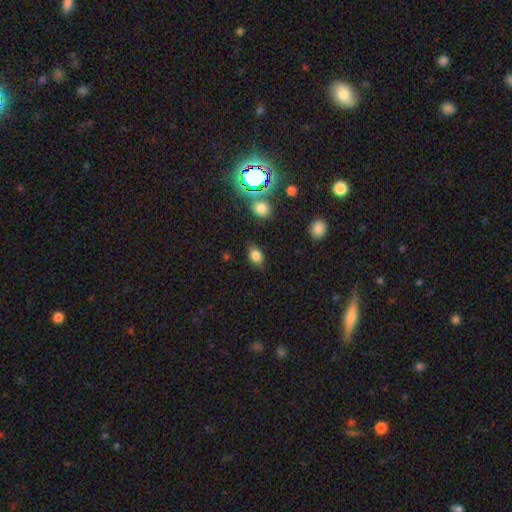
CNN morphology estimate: Overall: smooth (76%). How rounded: in between (78%). Merging: none (78%).